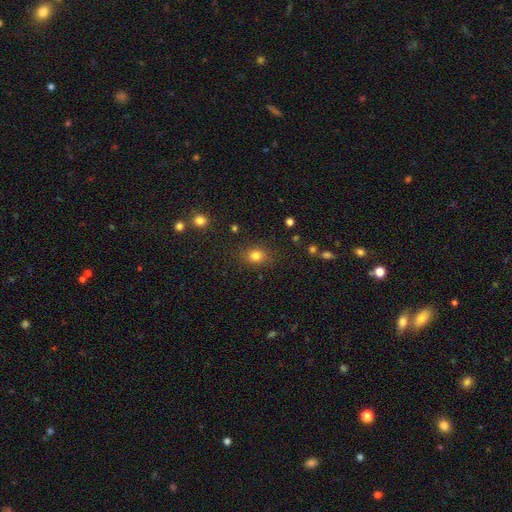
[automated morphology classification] A smooth galaxy with no disk features (80%) that is round (50%).

Vote fractions:
- Smooth or featured? smooth: 80% / star or artifact: 13% / featured or disk: 7%
- How rounded? round: 50% / in between: 48% / cigar-shaped: 1%
- Merging? none: 83% / minor disturbance: 12% / major disturbance: 4% / merger: 2%